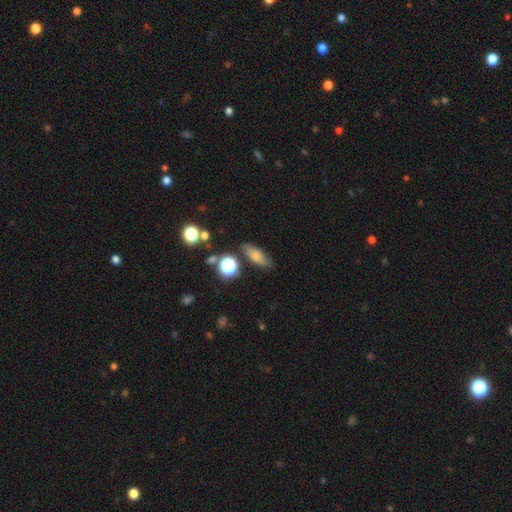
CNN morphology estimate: Overall: smooth (65%). How rounded: in between (64%; cigar-shaped 25%). Merging: none (74%).